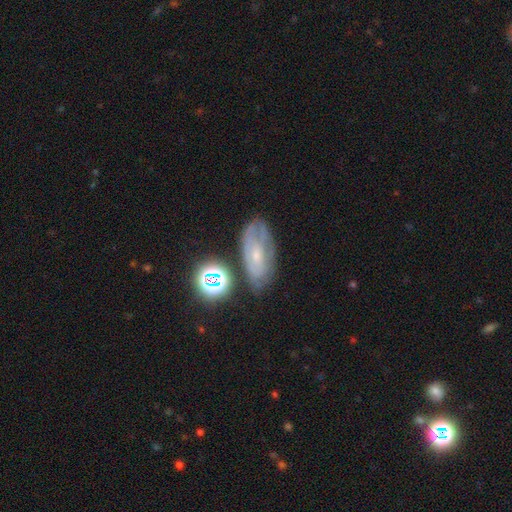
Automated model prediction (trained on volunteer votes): smooth-or-featured: featured or disk: 54% | smooth: 28% | star or artifact: 18%
  disk-edge-on: no: 91% | yes: 9%
  merging: none: 62% | minor disturbance: 23% | major disturbance: 9% | merger: 6%